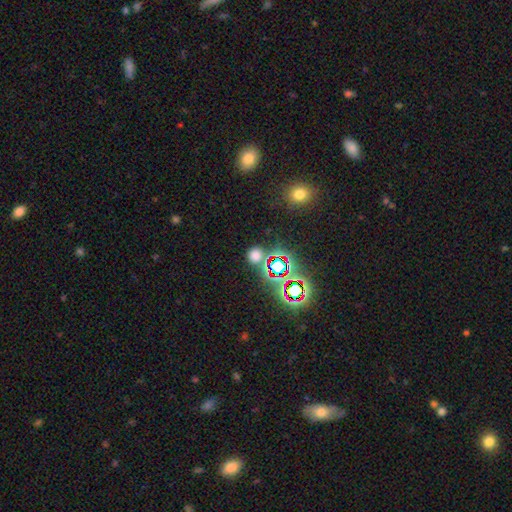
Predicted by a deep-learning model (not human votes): smooth-or-featured: smooth: 58% | star or artifact: 36% | featured or disk: 7%
  how-rounded: round: 88% | in between: 11% | cigar-shaped: 1%
  merging: none: 77% | minor disturbance: 10% | merger: 9% | major disturbance: 5%